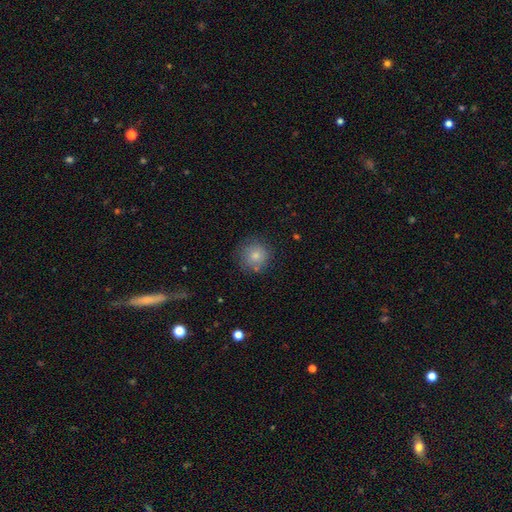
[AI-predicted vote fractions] The model was most divided on "merging": none: 77%, minor disturbance: 15%, major disturbance: 5%, merger: 3%. More confident: how rounded — round (93%); smooth or featured — smooth (78%).